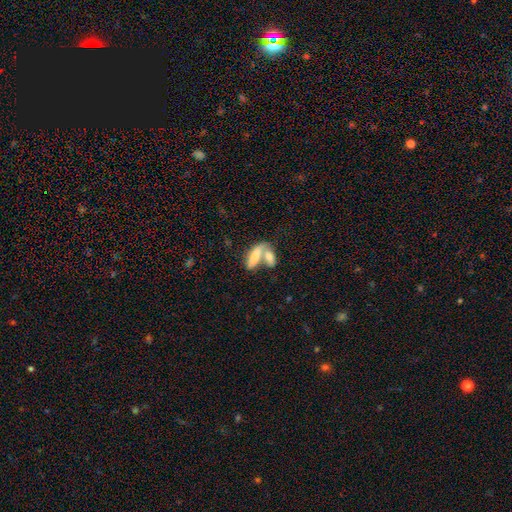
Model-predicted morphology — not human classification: A smooth galaxy with no disk features (72%) that is in between round and cigar-shaped (65%). Merging: merger (66%).